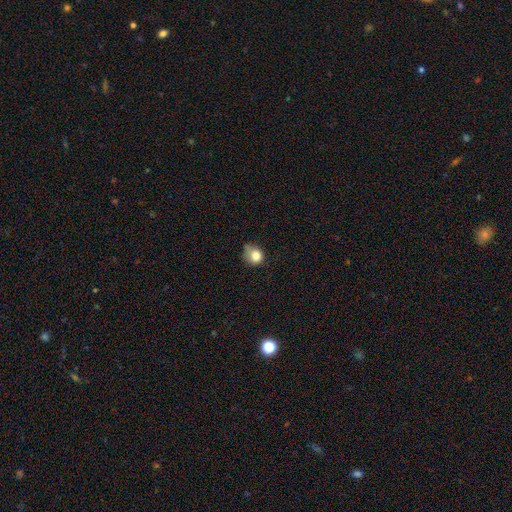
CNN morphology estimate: The model was most divided on "merging": minor disturbance: 41%, none: 39%, major disturbance: 16%, merger: 4%. More confident: smooth or featured — smooth (80%); how rounded — round (71%).